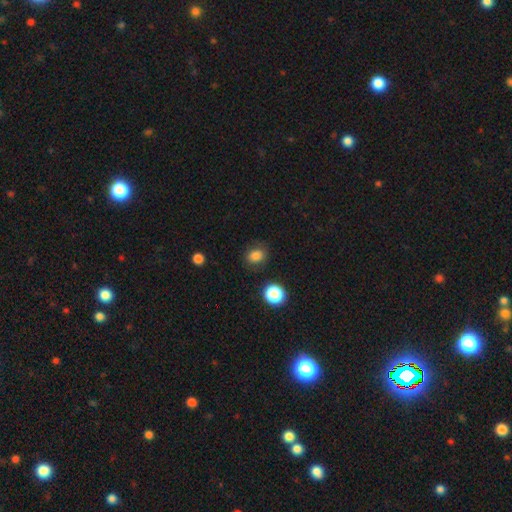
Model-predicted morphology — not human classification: Smooth or featured?
  - smooth: 83% *
  - star or artifact: 12%
  - featured or disk: 5%
How rounded?
  - round: 51% *
  - in between: 48%
  - cigar-shaped: 1%
Merging?
  - none: 81% *
  - minor disturbance: 13%
  - major disturbance: 4%
  - merger: 2%